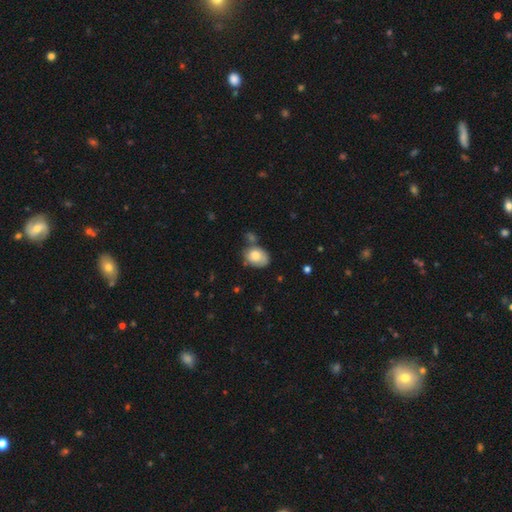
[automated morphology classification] Smooth or featured? Predicted: smooth (p=0.76). How rounded? Predicted: in between (p=0.73). Merging? Predicted: none (p=0.49).